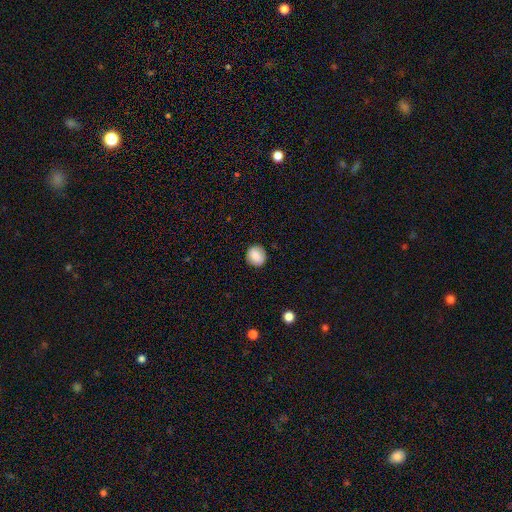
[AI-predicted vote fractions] This appears to be a smooth galaxy with no disk features (84%) that is round (84%). Merging: none (89%).